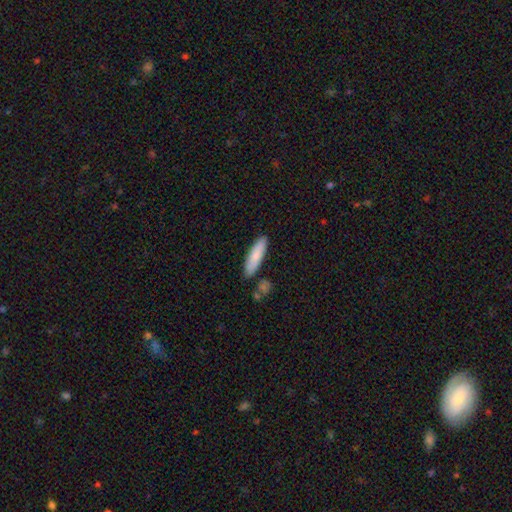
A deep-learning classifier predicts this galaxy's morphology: A smooth galaxy with no disk features (82%) that is cigar-shaped (67%).

Vote fractions:
- Smooth or featured? smooth: 82% / featured or disk: 12% / star or artifact: 6%
- How rounded? cigar-shaped: 67% / in between: 31% / round: 2%
- Merging? none: 84% / minor disturbance: 10% / merger: 4% / major disturbance: 2%